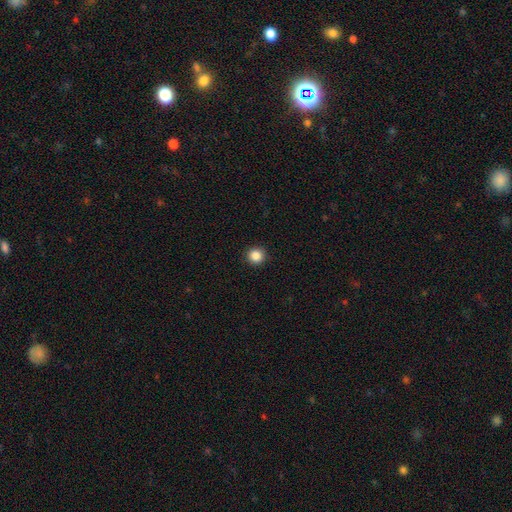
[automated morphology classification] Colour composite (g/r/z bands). It shows a smooth galaxy with no disk features (87%) that is round (95%). Merging: none (93%).